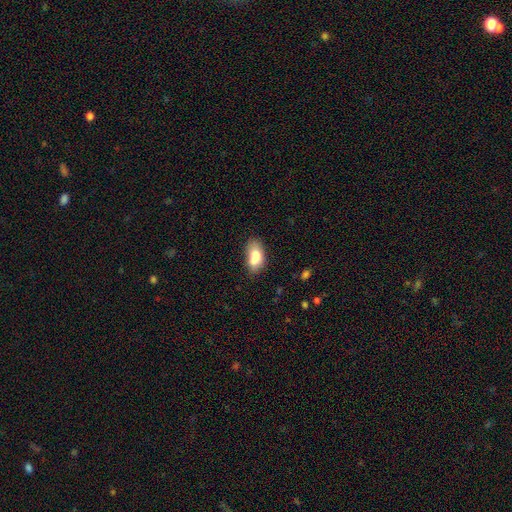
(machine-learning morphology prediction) Smooth or featured? Predicted: smooth (p=0.75). How rounded? Predicted: in between (p=0.89). Merging? Predicted: none (p=0.42).